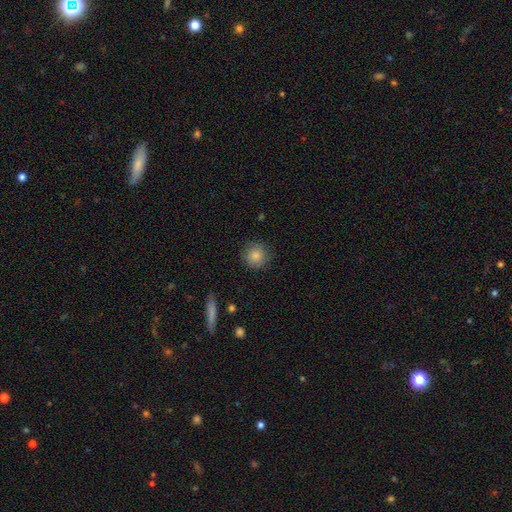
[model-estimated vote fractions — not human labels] This is clearly a smooth galaxy (85%). How rounded: clearly round (93%). Merging: clearly none (85%).